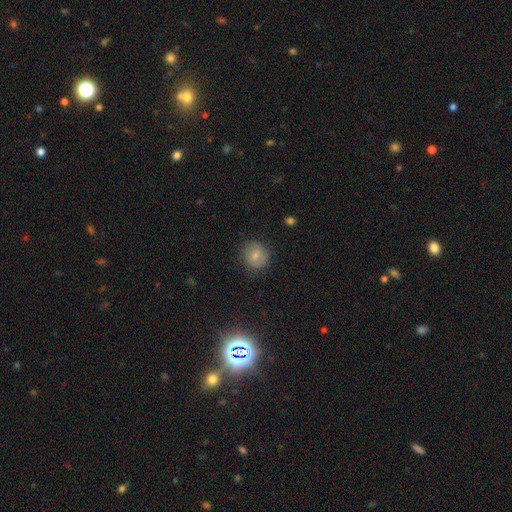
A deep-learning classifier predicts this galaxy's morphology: This is likely a smooth galaxy (70%). How rounded: clearly round (83%). Merging: likely none (78%).